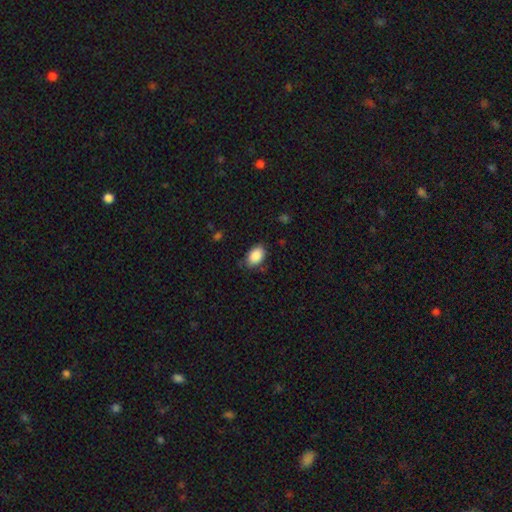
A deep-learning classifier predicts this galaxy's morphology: Q: Smooth or featured?
A: smooth (88%); runner-up: star or artifact (7%)
Q: How rounded?
A: in between (89%); runner-up: round (10%)
Q: Merging?
A: none (78%); runner-up: minor disturbance (17%)